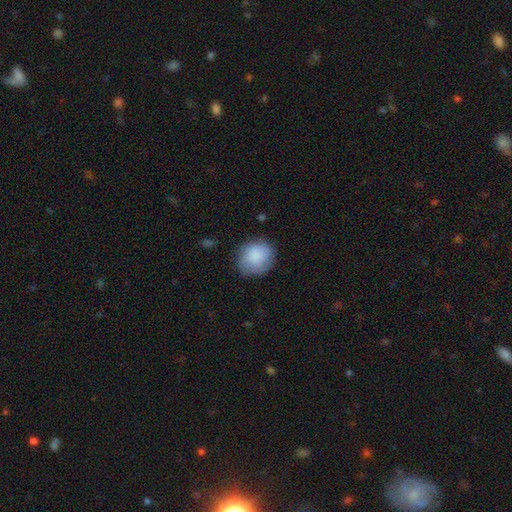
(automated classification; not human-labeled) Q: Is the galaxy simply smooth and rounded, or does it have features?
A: smooth — 86%.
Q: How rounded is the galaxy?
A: round — 74%.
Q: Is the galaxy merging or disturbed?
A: none — 76%.